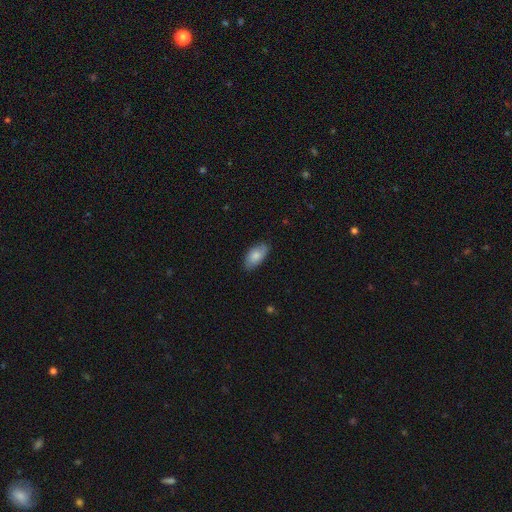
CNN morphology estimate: Smooth or featured? Predicted: smooth (p=0.80). How rounded? Predicted: in between (p=0.93). Merging? Predicted: none (p=0.81).